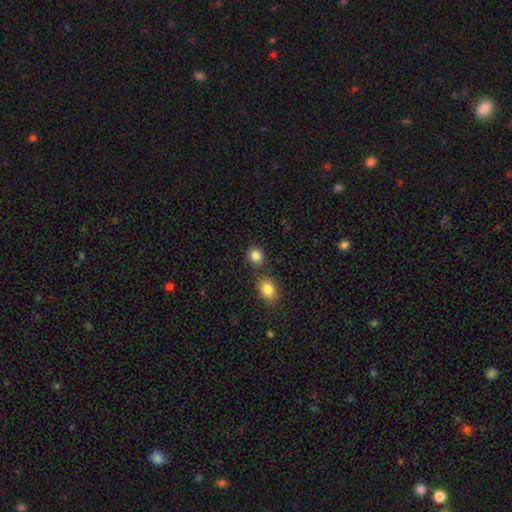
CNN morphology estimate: Q: Smooth or featured?
A: smooth (85%); runner-up: star or artifact (10%)
Q: How rounded?
A: round (80%); runner-up: in between (19%)
Q: Merging?
A: none (77%); runner-up: merger (12%)